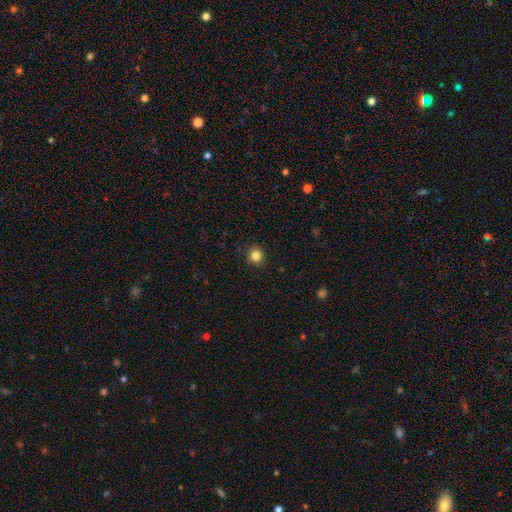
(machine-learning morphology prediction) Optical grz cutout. It shows a smooth galaxy with no disk features (84%) that is round (93%). Merging: none (93%).